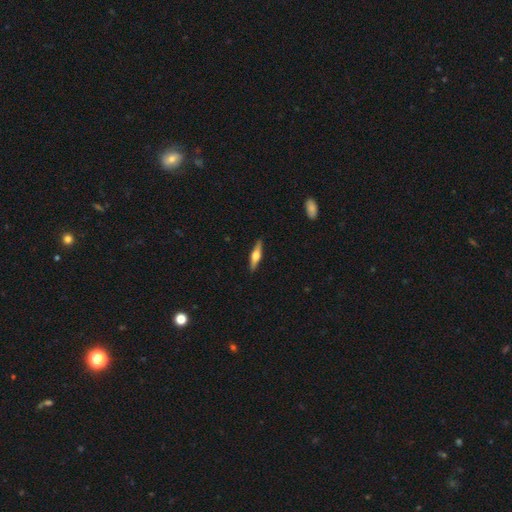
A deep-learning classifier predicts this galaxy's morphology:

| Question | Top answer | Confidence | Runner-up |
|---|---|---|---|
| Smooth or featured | featured or disk | 60% | smooth (35%) |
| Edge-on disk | yes | 96% | no (4%) |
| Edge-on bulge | rounded | 93% | boxy (5%) |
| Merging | none | 90% | minor disturbance (7%) |